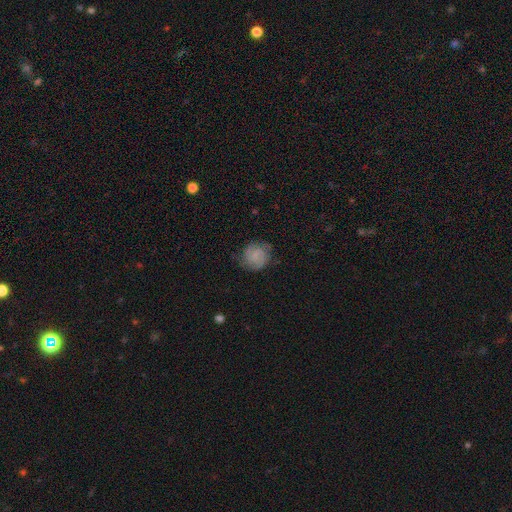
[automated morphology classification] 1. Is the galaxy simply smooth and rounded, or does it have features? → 58% featured or disk, 34% smooth, 8% star or artifact.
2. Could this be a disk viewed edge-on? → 98% no, 2% yes.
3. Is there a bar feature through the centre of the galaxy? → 46% no, 45% weak, 9% strong.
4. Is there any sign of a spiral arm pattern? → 92% yes, 8% no.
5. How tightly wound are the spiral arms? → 46% tight, 42% medium, 12% loose.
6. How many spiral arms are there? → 73% 2, 13% can't tell, 7% 3, 3% 1, 2% 4, 2% more than 4.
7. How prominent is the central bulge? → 44% none, 42% small, 12% moderate, 2% large, 1% dominant.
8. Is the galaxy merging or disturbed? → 74% none, 18% minor disturbance, 7% major disturbance, 1% merger.